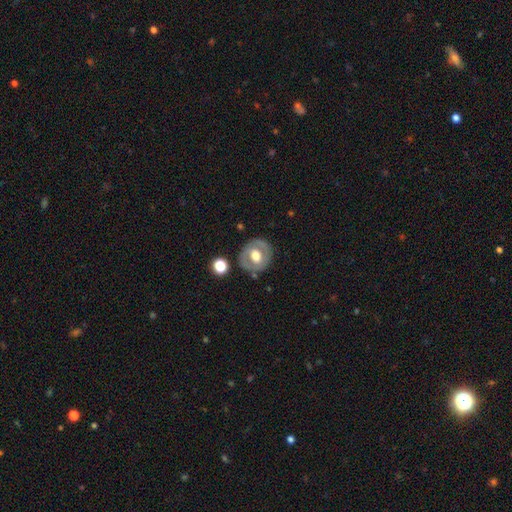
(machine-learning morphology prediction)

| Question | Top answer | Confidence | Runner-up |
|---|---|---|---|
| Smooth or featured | featured or disk | 55% | smooth (39%) |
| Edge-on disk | no | 95% | yes (5%) |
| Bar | no | 62% | weak (28%) |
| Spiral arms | no | 72% | yes (28%) |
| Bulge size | moderate | 55% | large (37%) |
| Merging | none | 79% | minor disturbance (13%) |